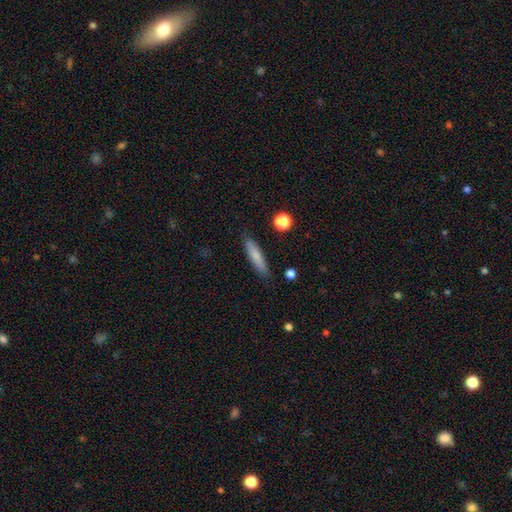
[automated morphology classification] This appears to be a smooth galaxy with no disk features (75%) that is cigar-shaped (82%). Merging: none (86%).